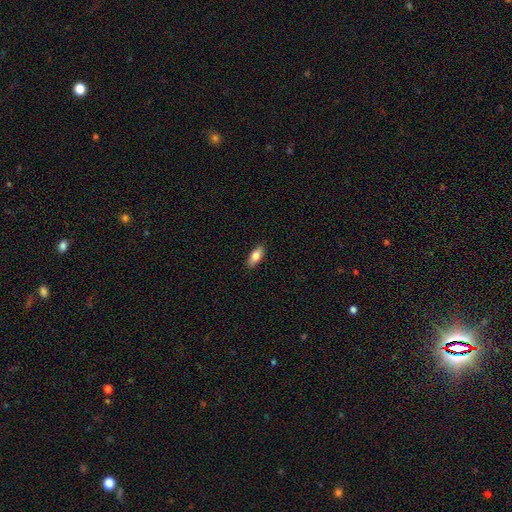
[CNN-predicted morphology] Q: Smooth or featured?
A: smooth (80%); runner-up: featured or disk (14%)
Q: How rounded?
A: in between (80%); runner-up: cigar-shaped (17%)
Q: Merging?
A: none (88%); runner-up: minor disturbance (9%)